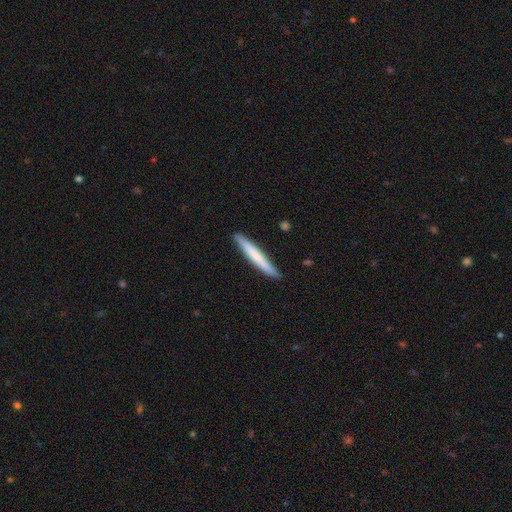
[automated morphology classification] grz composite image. It shows a smooth galaxy with no disk features (65%) that is cigar-shaped (96%). Merging: none (89%).